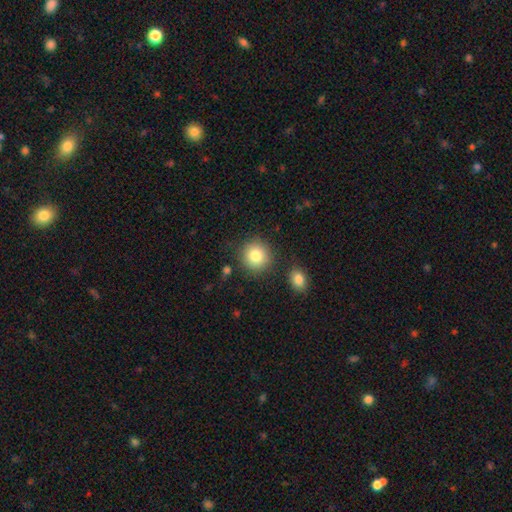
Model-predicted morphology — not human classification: Smooth or featured: smooth — 82% (star or artifact — 9%)
How rounded: round — 92% (in between — 7%)
Merging: none — 84% (minor disturbance — 9%)